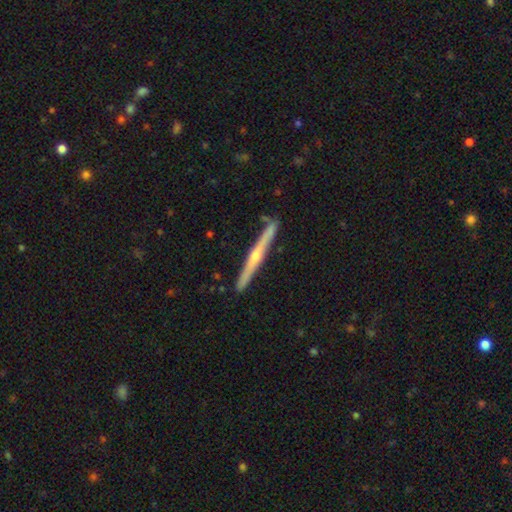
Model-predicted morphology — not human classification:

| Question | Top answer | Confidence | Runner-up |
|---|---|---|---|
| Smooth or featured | featured or disk | 76% | smooth (18%) |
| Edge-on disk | yes | 98% | no (2%) |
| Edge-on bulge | rounded | 83% | none (14%) |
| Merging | none | 89% | minor disturbance (8%) |